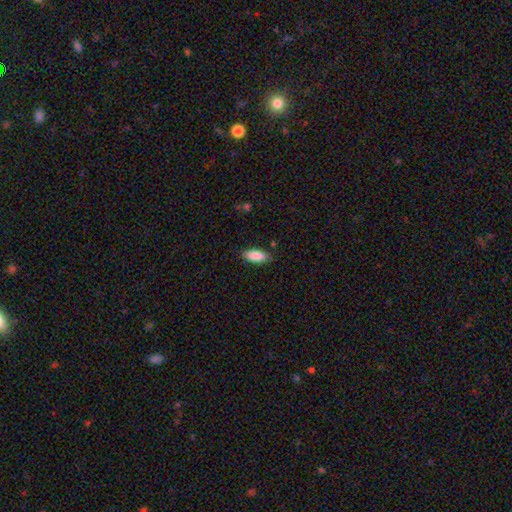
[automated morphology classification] smooth-or-featured: smooth: 89% | star or artifact: 6% | featured or disk: 5%
  how-rounded: in between: 85% | cigar-shaped: 13% | round: 2%
  merging: none: 84% | minor disturbance: 12% | major disturbance: 2% | merger: 1%